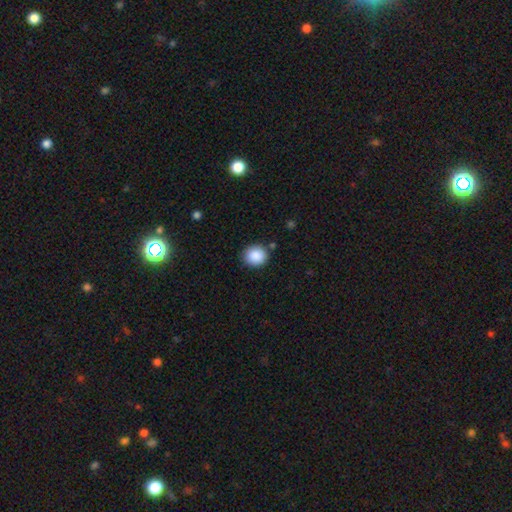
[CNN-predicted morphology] A smooth galaxy with no disk features (88%) that is round (83%). Merging: none (85%).